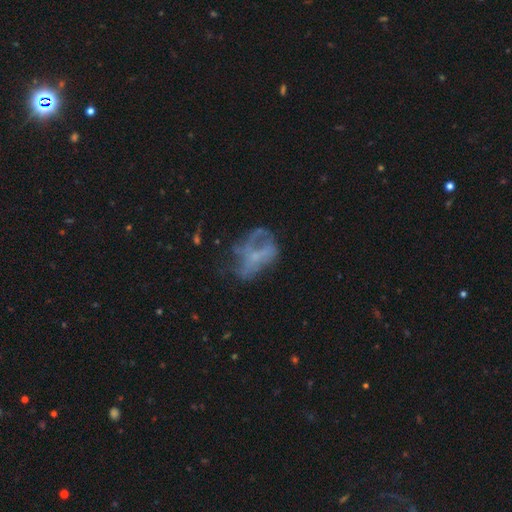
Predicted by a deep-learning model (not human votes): Smooth or featured? Predicted: featured or disk (p=0.59). Edge-on disk? Predicted: no (p=0.97). Bar? Predicted: no (p=0.78). Spiral arms? Predicted: no (p=0.73). Bulge size? Predicted: none (p=0.45). Merging? Predicted: major disturbance (p=0.40).